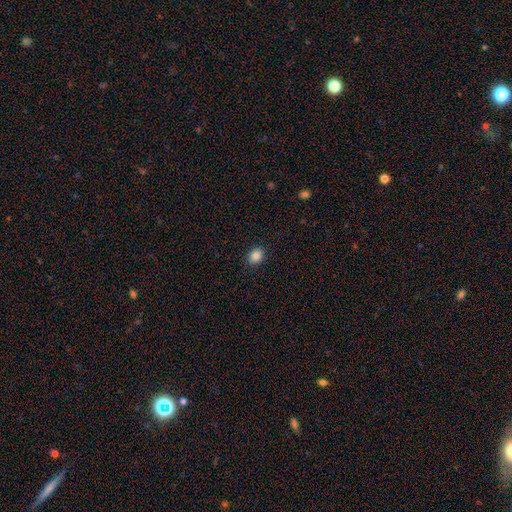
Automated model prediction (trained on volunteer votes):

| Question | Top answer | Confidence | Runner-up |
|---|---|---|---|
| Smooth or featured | smooth | 86% | star or artifact (10%) |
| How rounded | round | 54% | in between (45%) |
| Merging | none | 90% | minor disturbance (7%) |